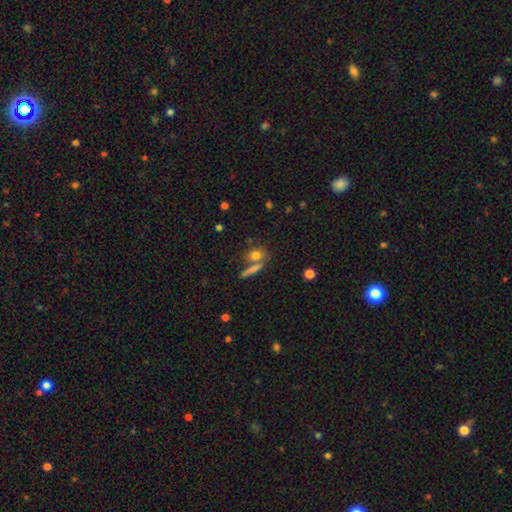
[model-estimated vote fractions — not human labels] Q: Smooth or featured?
A: smooth (74%); runner-up: featured or disk (14%)
Q: How rounded?
A: in between (44%); runner-up: round (36%)
Q: Merging?
A: none (55%); runner-up: merger (30%)